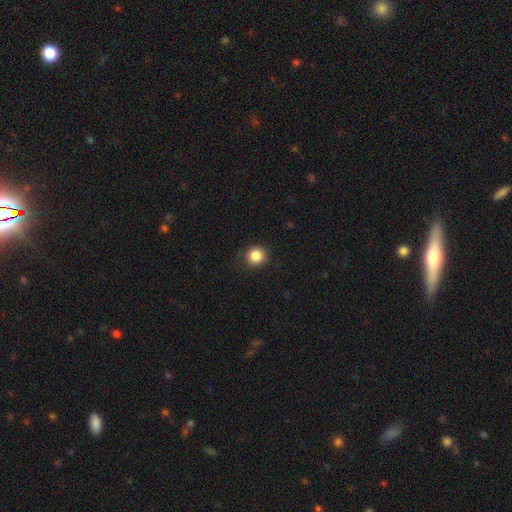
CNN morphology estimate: Smooth or featured? Predicted: smooth (p=0.85). How rounded? Predicted: round (p=0.92). Merging? Predicted: none (p=0.90).